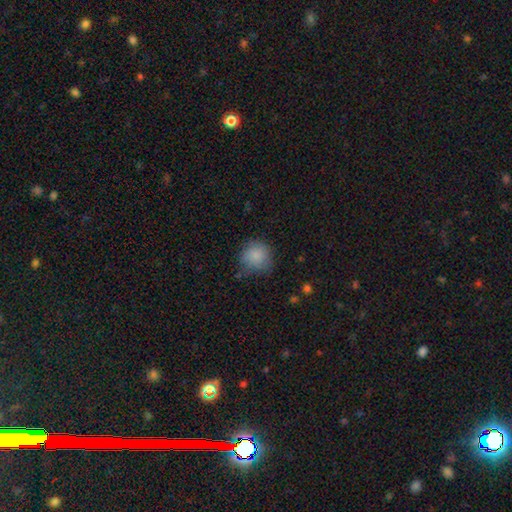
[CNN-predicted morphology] Smooth or featured? Predicted: smooth (p=0.85). How rounded? Predicted: round (p=0.90). Merging? Predicted: none (p=0.68).